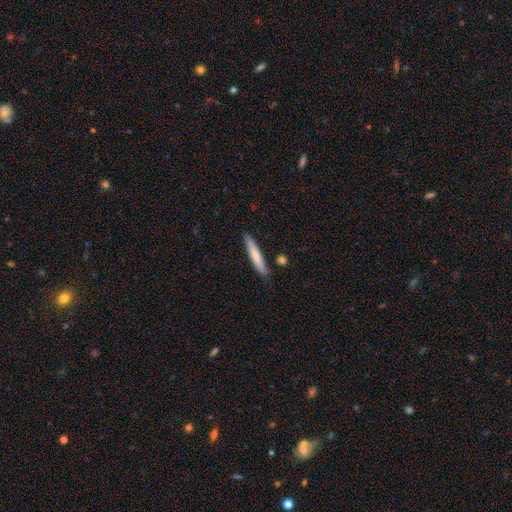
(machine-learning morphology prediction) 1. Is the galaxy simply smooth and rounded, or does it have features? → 71% smooth, 24% featured or disk, 5% star or artifact.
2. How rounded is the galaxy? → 92% cigar-shaped, 7% in between, 1% round.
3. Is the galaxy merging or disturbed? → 83% none, 11% minor disturbance, 3% merger, 2% major disturbance.